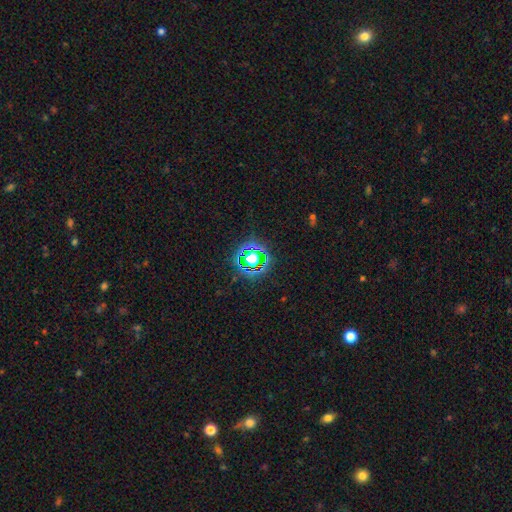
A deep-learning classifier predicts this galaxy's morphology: star or artifact 67%, smooth 22%, featured or disk 11%.